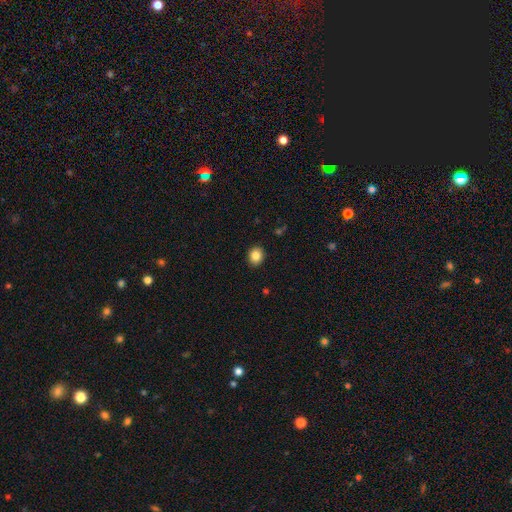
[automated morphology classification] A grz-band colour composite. It shows a smooth galaxy with no disk features (85%) that is round (70%). Merging: none (91%).